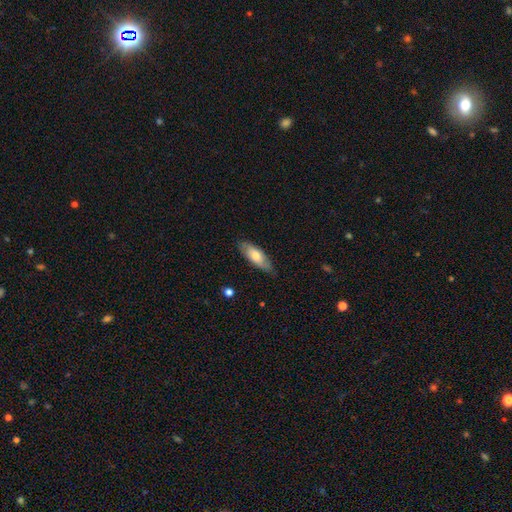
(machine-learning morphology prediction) This is likely a smooth galaxy (66%). How rounded: likely in between (70%). Merging: clearly none (82%).